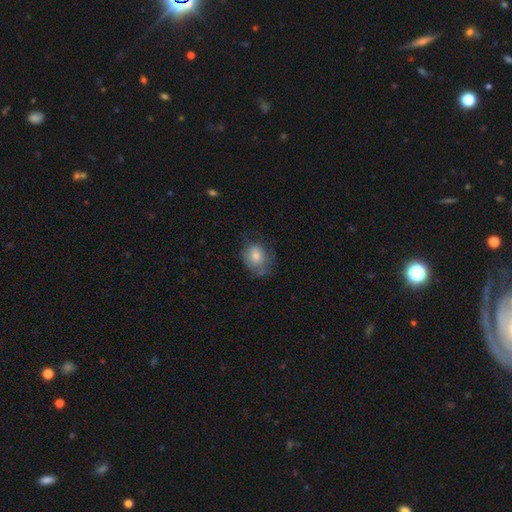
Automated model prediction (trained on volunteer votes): smooth-or-featured: smooth: 70% | featured or disk: 21% | star or artifact: 10%
  how-rounded: in between: 51% | round: 48% | cigar-shaped: 1%
  merging: none: 55% | minor disturbance: 29% | major disturbance: 14% | merger: 2%